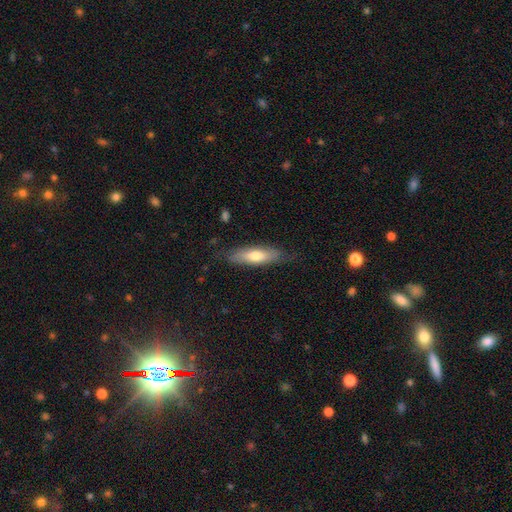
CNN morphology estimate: Smooth or featured? Predicted: smooth (p=0.61). How rounded? Predicted: cigar-shaped (p=0.60). Merging? Predicted: none (p=0.77).